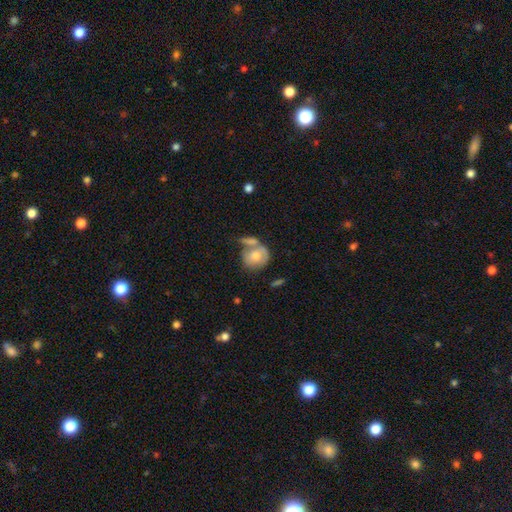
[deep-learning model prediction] Smooth or featured: smooth — 68% (featured or disk — 26%)
How rounded: round — 71% (in between — 28%)
Merging: merger — 40% (none — 32%)